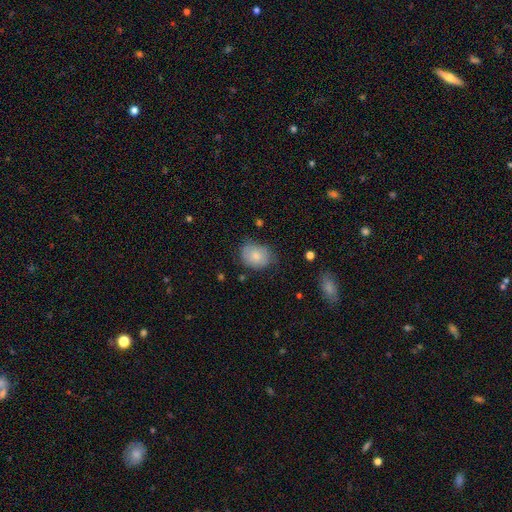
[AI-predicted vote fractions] smooth-or-featured: smooth: 78% | featured or disk: 15% | star or artifact: 7%
  how-rounded: round: 50% | in between: 49% | cigar-shaped: 1%
  merging: none: 66% | minor disturbance: 26% | major disturbance: 7% | merger: 2%